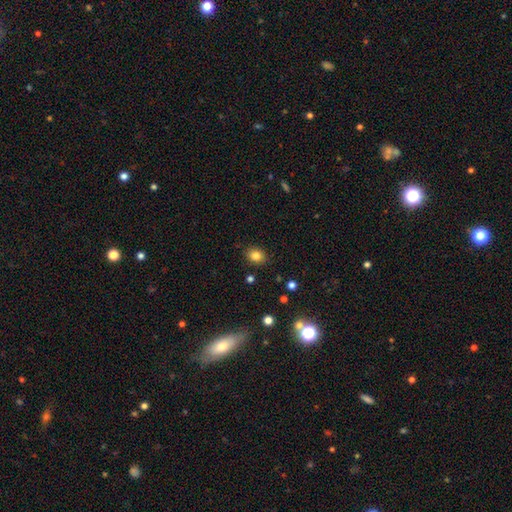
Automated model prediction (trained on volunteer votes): This is clearly a smooth galaxy (82%). How rounded: possibly round (56%). Merging: clearly none (87%).